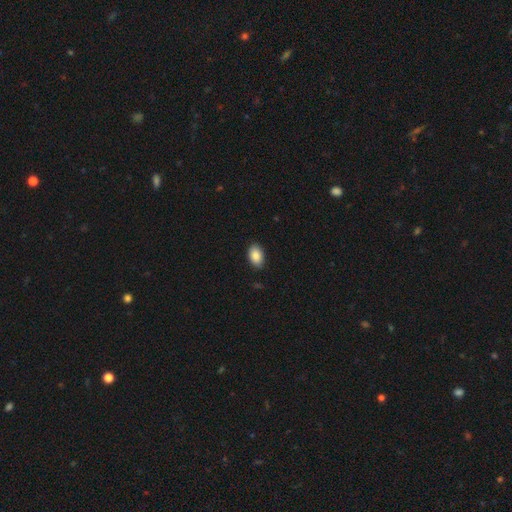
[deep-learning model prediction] smooth_or_featured: smooth (p=0.88) [alt: star or artifact p=0.07]
how_rounded: in between (p=0.90) [alt: round p=0.09]
merging: none (p=0.86) [alt: minor disturbance p=0.11]